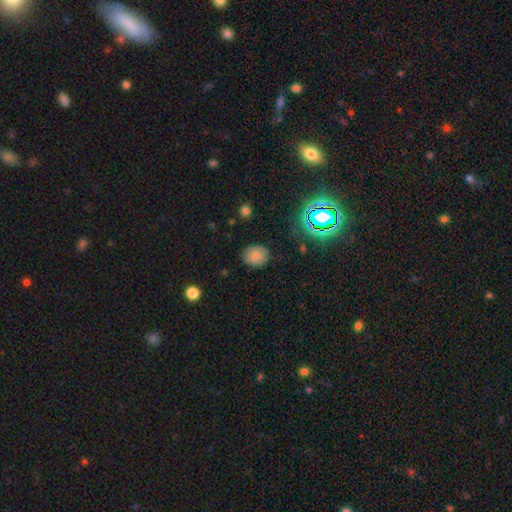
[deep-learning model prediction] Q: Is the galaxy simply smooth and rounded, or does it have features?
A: smooth — 78%.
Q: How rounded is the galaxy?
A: round — 62%.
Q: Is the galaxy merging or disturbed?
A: none — 84%.